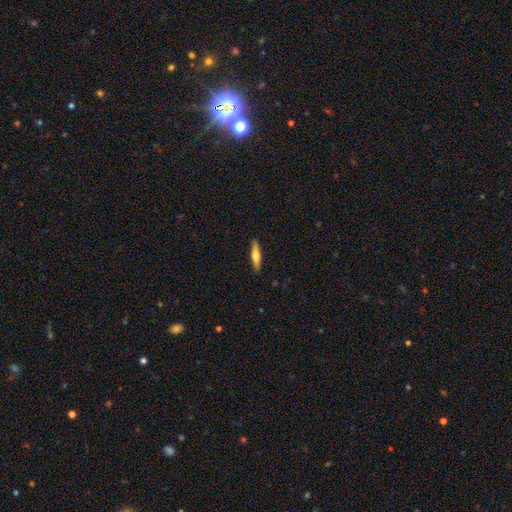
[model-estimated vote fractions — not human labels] Smooth or featured? Predicted: featured or disk (p=0.48). Merging? Predicted: none (p=0.90).